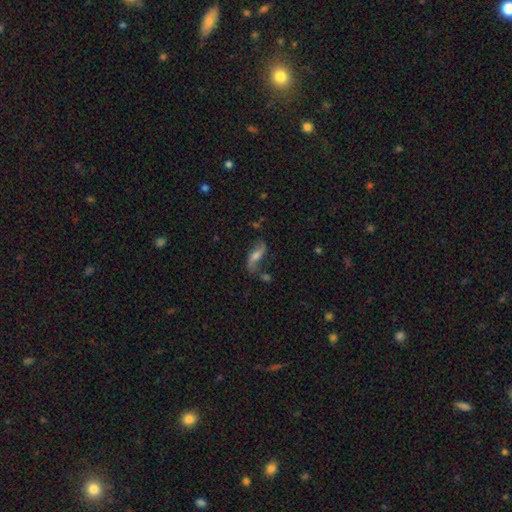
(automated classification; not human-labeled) Smooth or featured? featured or disk (61%)
Edge-on disk? no (86%)
Bar? no (44%)
Spiral arms? yes (88%)
Bulge size? moderate (47%)
Merging? none (55%)